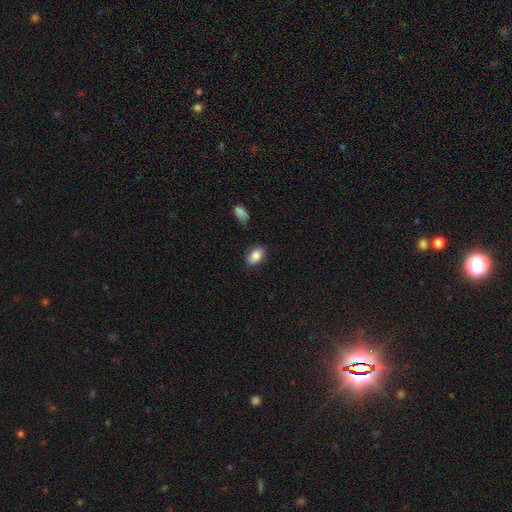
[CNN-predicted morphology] smooth_or_featured: smooth (p=0.86) [alt: star or artifact p=0.07]
how_rounded: in between (p=0.87) [alt: round p=0.12]
merging: none (p=0.81) [alt: minor disturbance p=0.14]